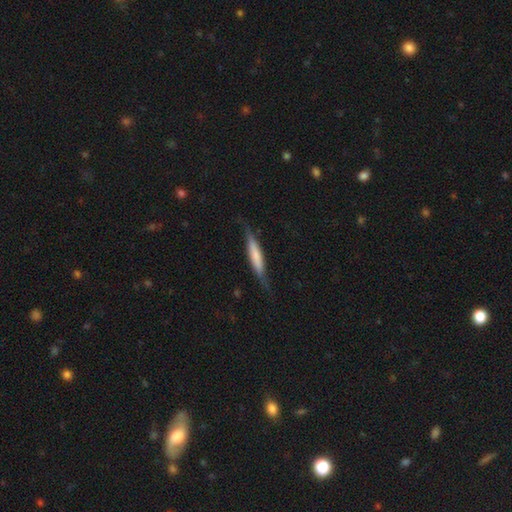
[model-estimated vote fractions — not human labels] This appears to be a smooth galaxy with no disk features (53%) that is cigar-shaped (89%). Merging: none (69%).